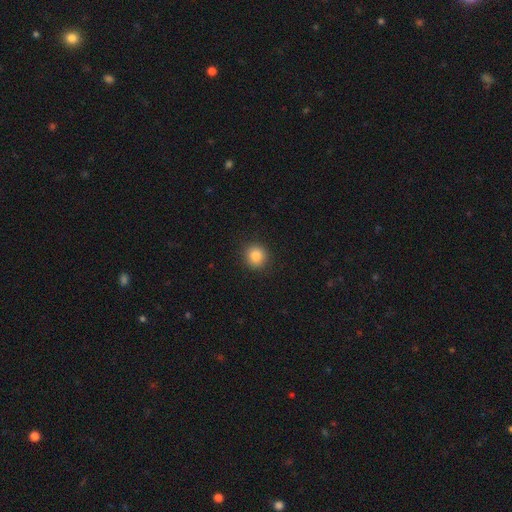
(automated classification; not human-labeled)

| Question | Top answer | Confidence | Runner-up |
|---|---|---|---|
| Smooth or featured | smooth | 85% | star or artifact (10%) |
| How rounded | round | 90% | in between (9%) |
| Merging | none | 91% | minor disturbance (6%) |